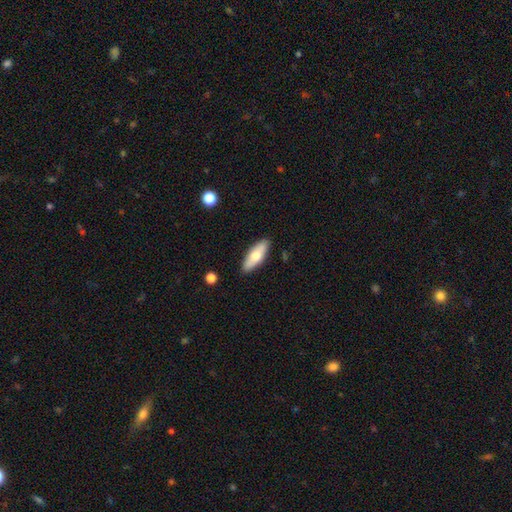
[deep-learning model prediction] A smooth galaxy with no disk features (66%) that is in between round and cigar-shaped (66%).

Vote fractions:
- Smooth or featured? smooth: 66% / featured or disk: 29% / star or artifact: 6%
- How rounded? in between: 66% / cigar-shaped: 31% / round: 2%
- Merging? none: 89% / minor disturbance: 8% / major disturbance: 2% / merger: 1%